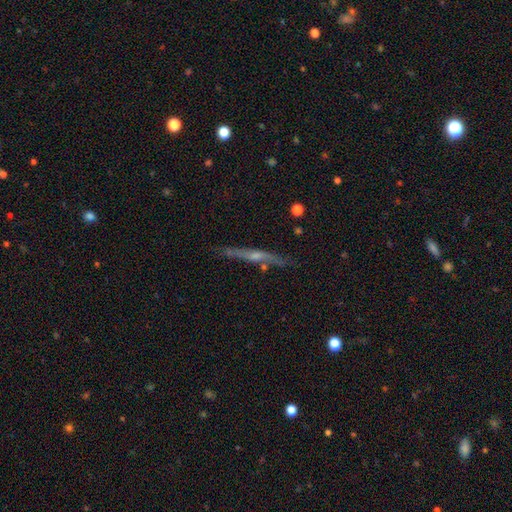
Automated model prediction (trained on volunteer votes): Smooth or featured: featured or disk — 70% (smooth — 22%)
Edge-on disk: yes — 94% (no — 6%)
Edge-on bulge: rounded — 60% (none — 31%)
Merging: none — 80% (minor disturbance — 14%)